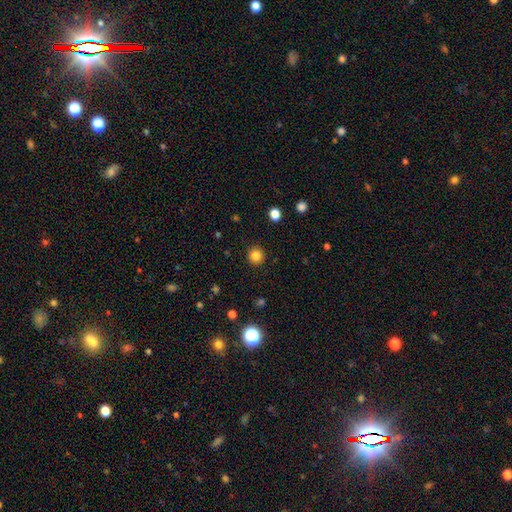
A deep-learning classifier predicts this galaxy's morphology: Smooth or featured: smooth — 83% (star or artifact — 12%)
How rounded: round — 94% (in between — 5%)
Merging: none — 92% (minor disturbance — 5%)